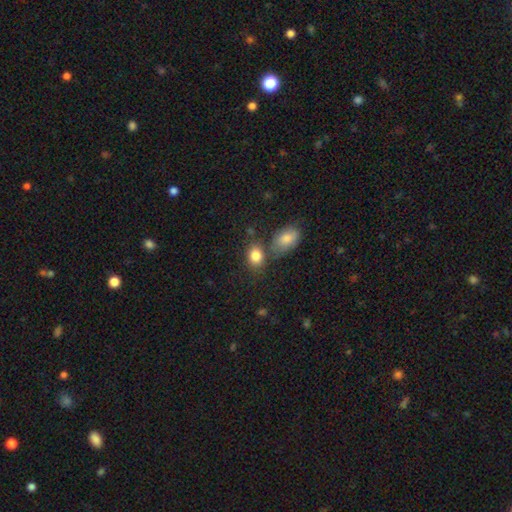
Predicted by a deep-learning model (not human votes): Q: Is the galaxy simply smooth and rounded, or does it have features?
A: smooth — 84%.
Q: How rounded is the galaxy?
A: in between — 67%.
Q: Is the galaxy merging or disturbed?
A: none — 58%.